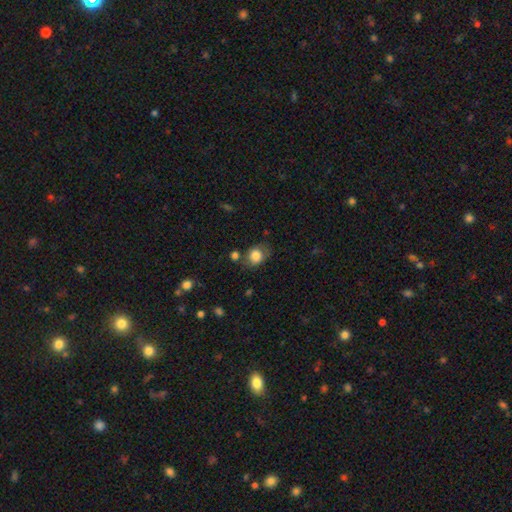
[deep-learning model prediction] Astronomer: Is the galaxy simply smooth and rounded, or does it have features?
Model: smooth — 80%.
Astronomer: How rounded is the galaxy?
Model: in between — 53% (runner-up: round, 46%).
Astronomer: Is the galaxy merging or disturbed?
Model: none — 61%.